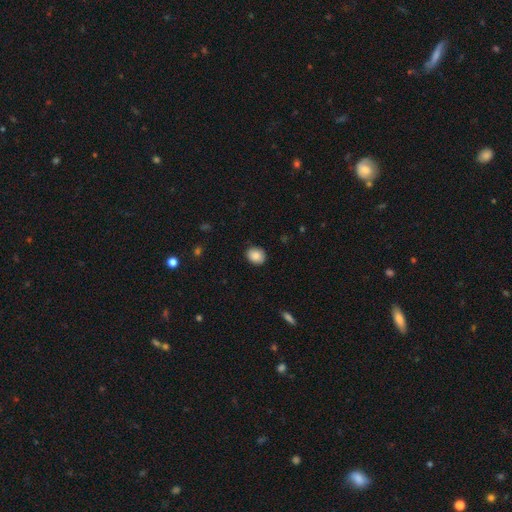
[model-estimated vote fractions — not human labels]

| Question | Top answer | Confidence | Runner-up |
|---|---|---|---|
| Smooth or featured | smooth | 88% | star or artifact (8%) |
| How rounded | round | 61% | in between (38%) |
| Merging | none | 88% | minor disturbance (9%) |